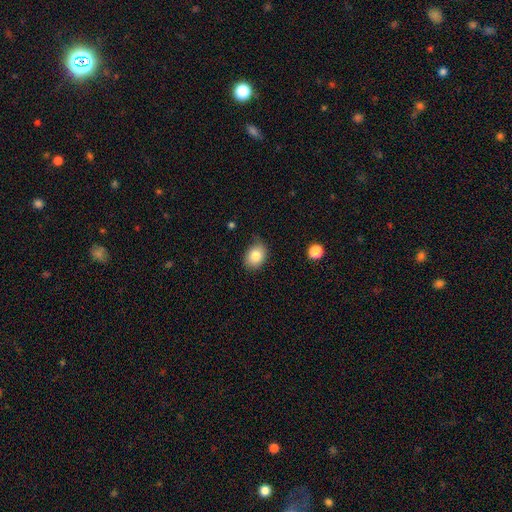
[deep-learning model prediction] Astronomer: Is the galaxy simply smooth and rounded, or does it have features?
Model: smooth — 83%.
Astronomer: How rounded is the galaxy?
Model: in between — 62% (runner-up: round, 37%).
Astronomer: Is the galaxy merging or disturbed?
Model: none — 74%.